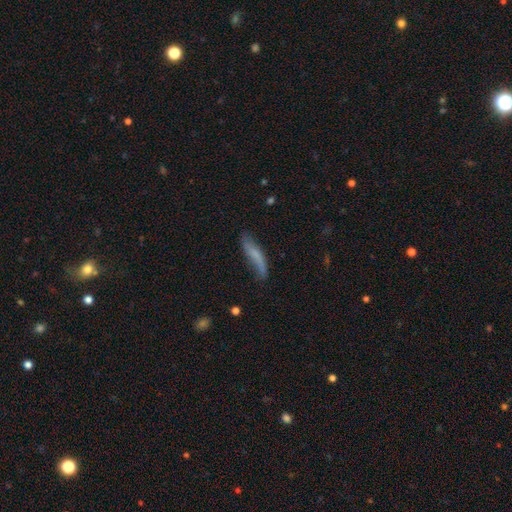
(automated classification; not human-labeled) Overall: smooth (56%; featured or disk 36%). How rounded: cigar-shaped (81%). Merging: none (55%; minor disturbance 31%).